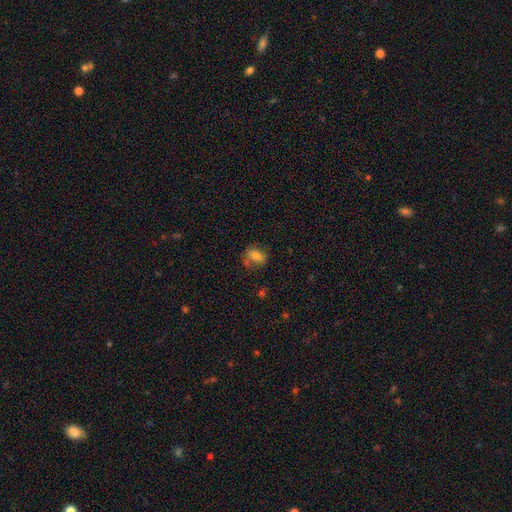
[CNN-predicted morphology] Q: Smooth or featured?
A: smooth (74%); runner-up: featured or disk (15%)
Q: How rounded?
A: in between (68%); runner-up: round (30%)
Q: Merging?
A: none (57%); runner-up: minor disturbance (26%)